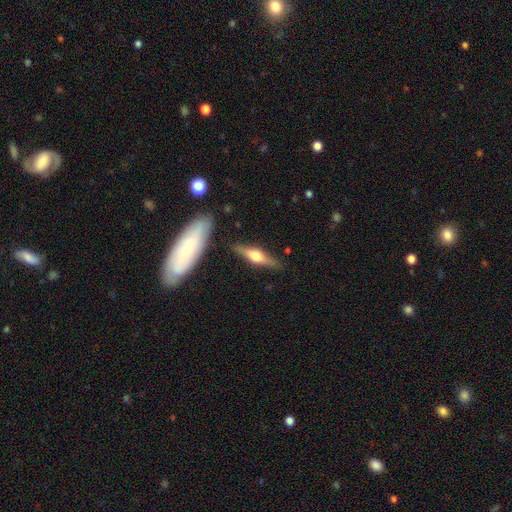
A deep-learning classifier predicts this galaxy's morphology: This appears to be a featured or disk galaxy (66%) viewed edge-on (95%) with a rounded central bulge (94%). Merging: none (85%).